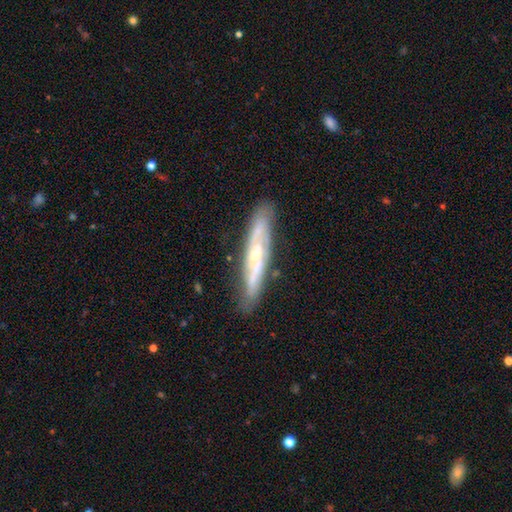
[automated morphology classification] Smooth or featured? featured or disk (72%)
Edge-on disk? yes (57%)
Merging? none (81%)